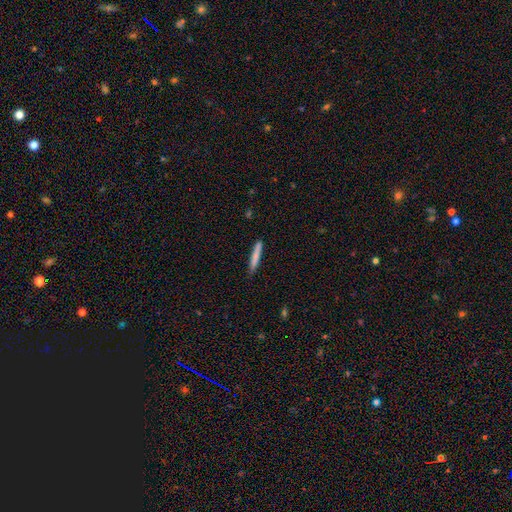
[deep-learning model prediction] smooth-or-featured: smooth: 77% | featured or disk: 17% | star or artifact: 6%
  how-rounded: cigar-shaped: 95% | in between: 4% | round: 1%
  merging: none: 85% | minor disturbance: 11% | major disturbance: 2% | merger: 1%